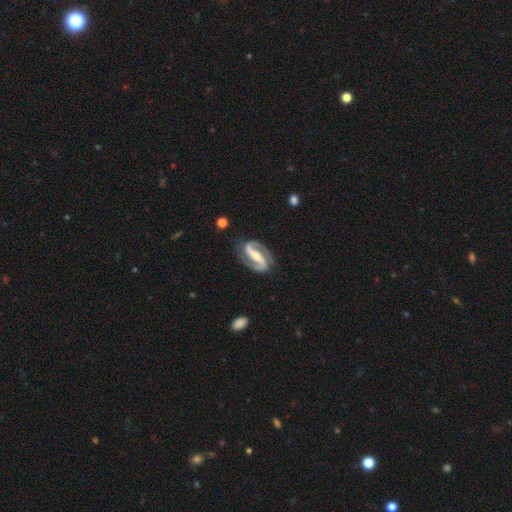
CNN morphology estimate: This appears to be a featured or disk galaxy (93%) with a strong bar (69%), 2 (94%) medium (53%) spiral arms (98%) and a moderate central bulge (49%). Merging: none (84%).